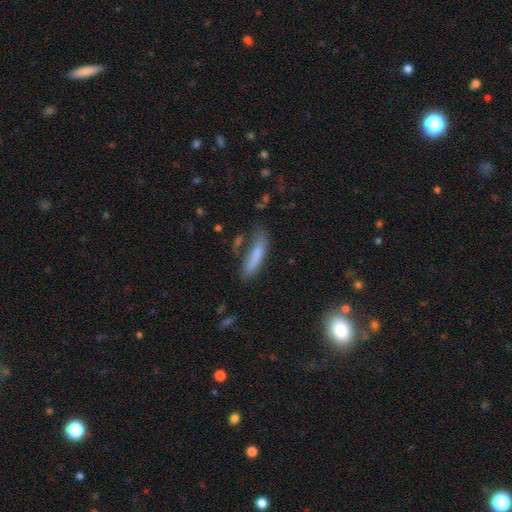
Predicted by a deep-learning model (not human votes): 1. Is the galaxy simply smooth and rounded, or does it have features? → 76% smooth, 16% featured or disk, 8% star or artifact.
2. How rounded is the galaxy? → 71% cigar-shaped, 27% in between, 2% round.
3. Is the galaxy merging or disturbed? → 53% none, 26% minor disturbance, 13% major disturbance, 8% merger.